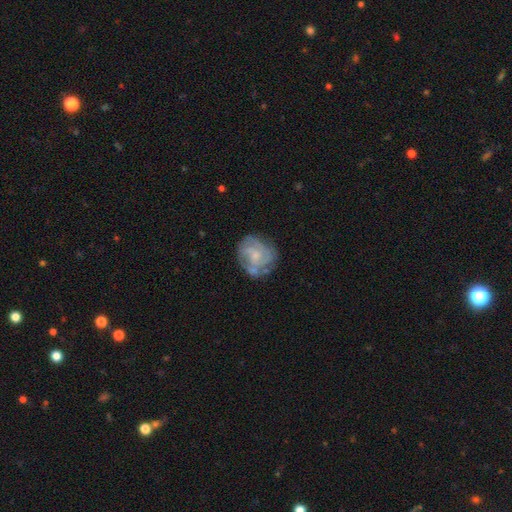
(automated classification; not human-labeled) A featured or disk galaxy (73%) with no bar (65%), tight (53%) spiral arms (85%) and a small central bulge (49%).

Vote fractions:
- Smooth or featured? featured or disk: 73% / smooth: 20% / star or artifact: 7%
- Edge-on disk? no: 98% / yes: 2%
- Bar? no: 65% / weak: 30% / strong: 5%
- Spiral arms? yes: 85% / no: 15%
- Spiral winding? tight: 53% / medium: 36% / loose: 11%
- Spiral arm count? can't tell: 34% / 3: 27% / 2: 19% / 4: 11% / 1: 5% / more than 4: 5%
- Bulge size? small: 49% / moderate: 31% / none: 15% / large: 3% / dominant: 1%
- Merging? none: 66% / minor disturbance: 21% / major disturbance: 10% / merger: 3%